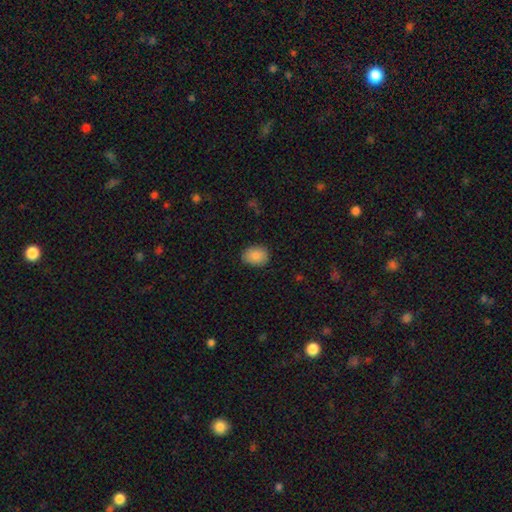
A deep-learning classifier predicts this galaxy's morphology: Smooth or featured? smooth (88%)
How rounded? in between (66%)
Merging? none (86%)